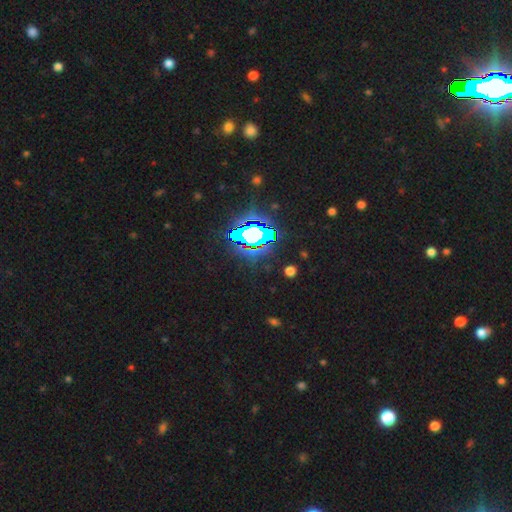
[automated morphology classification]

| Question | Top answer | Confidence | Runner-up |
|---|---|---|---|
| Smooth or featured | star or artifact | 85% | smooth (9%) |